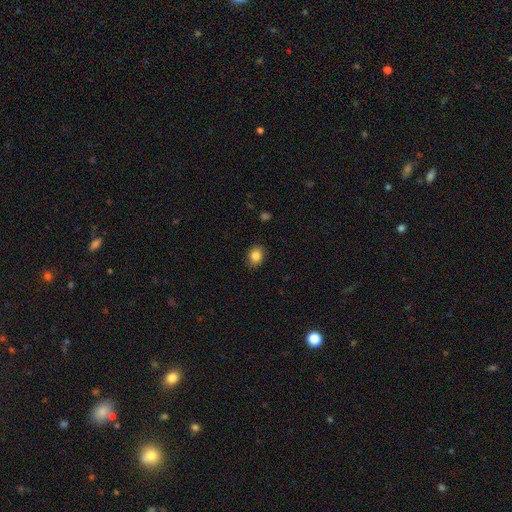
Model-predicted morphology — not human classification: This is clearly a smooth galaxy (84%). How rounded: possibly round (56%). Merging: clearly none (88%).